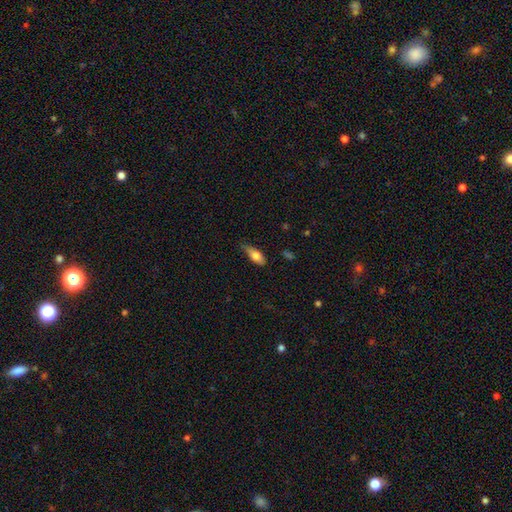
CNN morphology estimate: Q: Smooth or featured?
A: smooth (75%); runner-up: featured or disk (18%)
Q: How rounded?
A: in between (75%); runner-up: cigar-shaped (22%)
Q: Merging?
A: none (55%); runner-up: minor disturbance (36%)